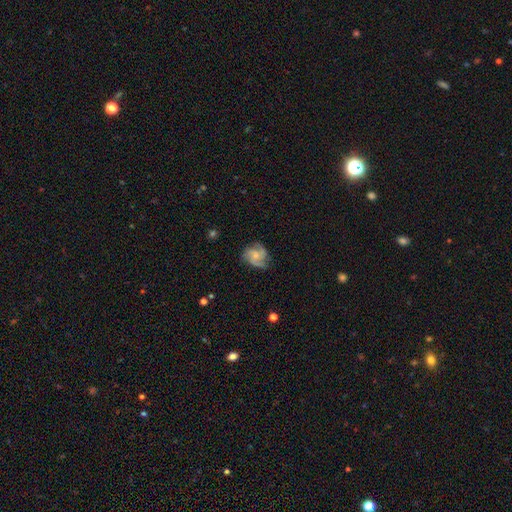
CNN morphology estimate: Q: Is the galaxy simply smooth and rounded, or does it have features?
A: featured or disk — 74%.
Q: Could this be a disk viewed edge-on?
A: no — 98%.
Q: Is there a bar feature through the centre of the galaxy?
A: no — 72%.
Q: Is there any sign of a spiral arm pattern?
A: yes — 94%.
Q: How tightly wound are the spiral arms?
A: medium — 51%.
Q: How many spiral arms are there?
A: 3 — 64%.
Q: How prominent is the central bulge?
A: small — 59%.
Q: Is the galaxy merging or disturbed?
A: none — 67%.